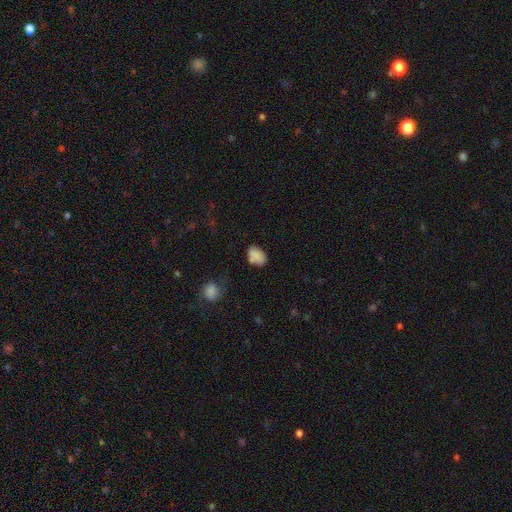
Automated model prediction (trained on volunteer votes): The model was most divided on "merging": none: 56%, minor disturbance: 25%, merger: 11%, major disturbance: 8%. More confident: how rounded — in between (80%); smooth or featured — smooth (79%).